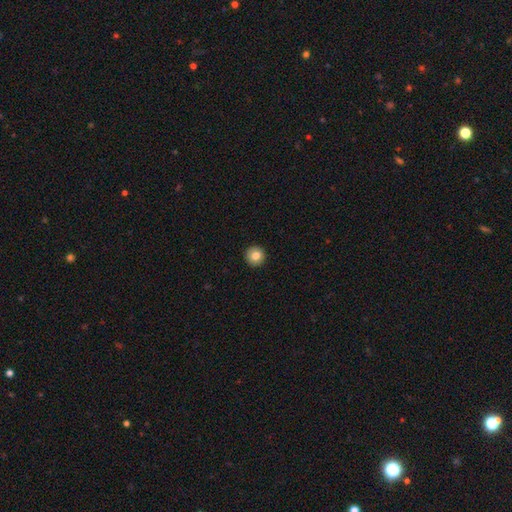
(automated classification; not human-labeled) This is clearly a smooth galaxy (82%). How rounded: clearly round (96%). Merging: clearly none (93%).